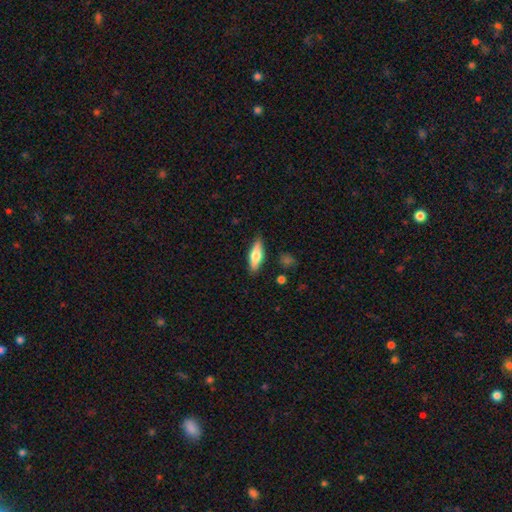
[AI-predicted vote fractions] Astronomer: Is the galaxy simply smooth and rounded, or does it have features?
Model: smooth — 63%.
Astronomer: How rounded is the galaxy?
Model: in between — 51% (runner-up: cigar-shaped, 47%).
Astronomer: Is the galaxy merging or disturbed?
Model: none — 86%.